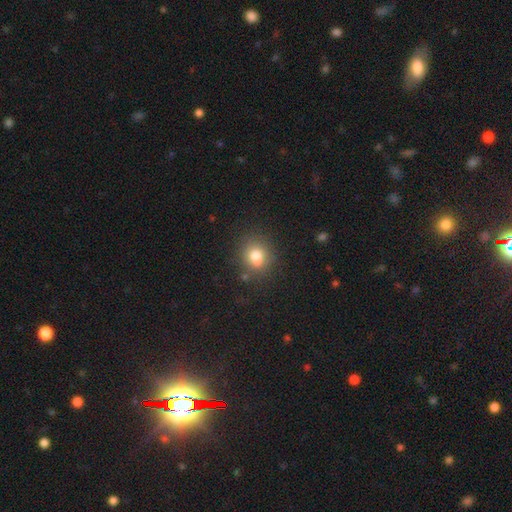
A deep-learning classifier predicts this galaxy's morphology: A smooth galaxy with no disk features (73%) that is round (78%). Merging: none (59%).